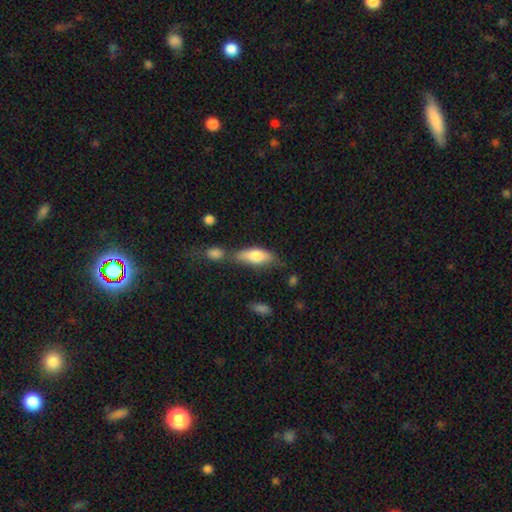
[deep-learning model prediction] Morphology: type=smooth (72%); roundness=in between (72%); merging=none (46%).